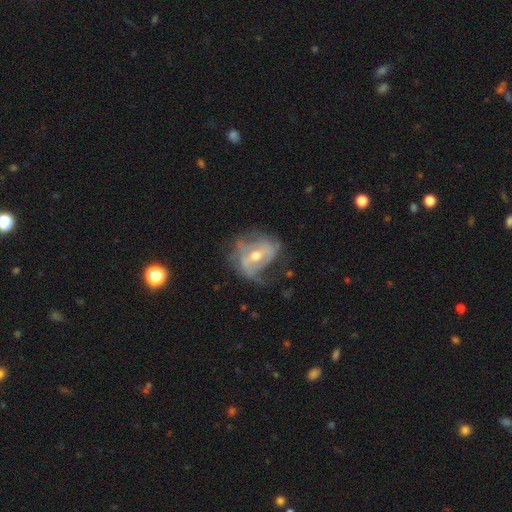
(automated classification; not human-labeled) featured or disk 76%, smooth 16%, star or artifact 8%. Down the decision tree: edge-on disk — no (96%); bar — weak (42%); spiral arms — yes (74%); spiral arm count — 2 (41%); spiral winding — medium (37%); bulge size — moderate (65%); merging — none (45%).